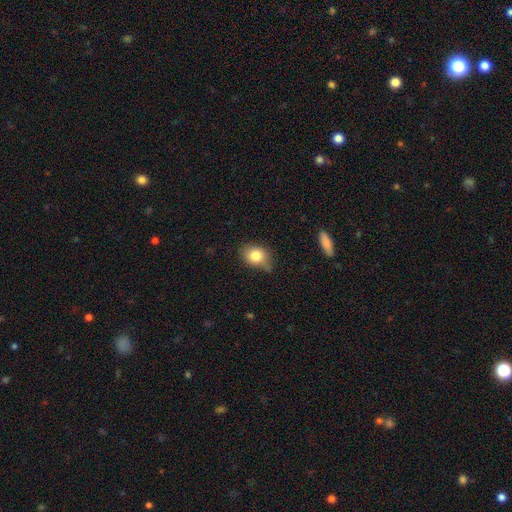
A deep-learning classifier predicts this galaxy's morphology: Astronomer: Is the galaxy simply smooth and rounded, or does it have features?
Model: smooth — 81%.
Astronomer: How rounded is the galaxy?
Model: in between — 59% (runner-up: round, 40%).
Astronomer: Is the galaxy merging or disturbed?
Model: none — 63%.